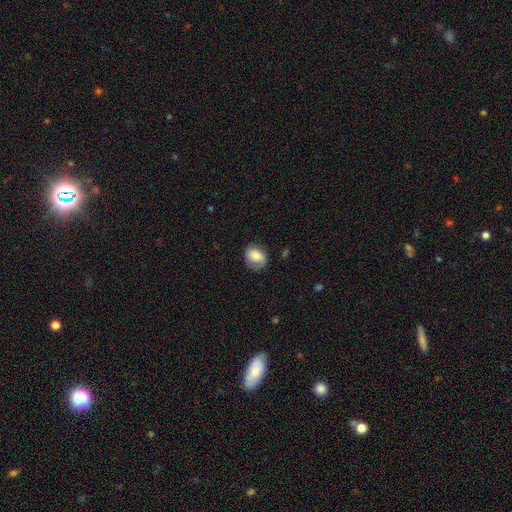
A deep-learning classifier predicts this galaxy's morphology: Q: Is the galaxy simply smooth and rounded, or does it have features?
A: smooth — 71%.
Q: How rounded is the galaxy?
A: in between — 51%.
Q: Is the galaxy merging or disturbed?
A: none — 65%.